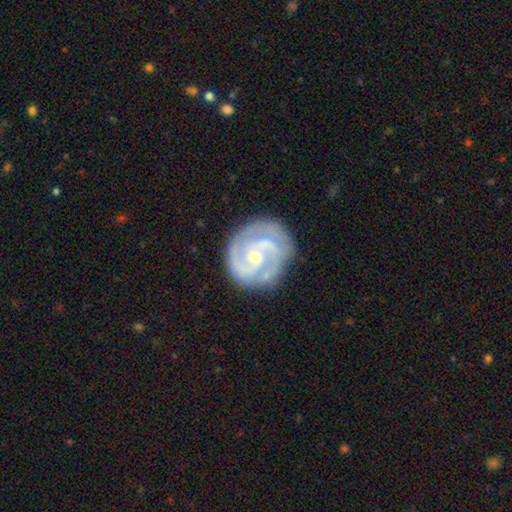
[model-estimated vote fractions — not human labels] This appears to be a featured or disk galaxy (89%) with no bar (49%), 2 (74%) tight (53%) spiral arms (98%) and a small central bulge (63%). Merging: none (79%).